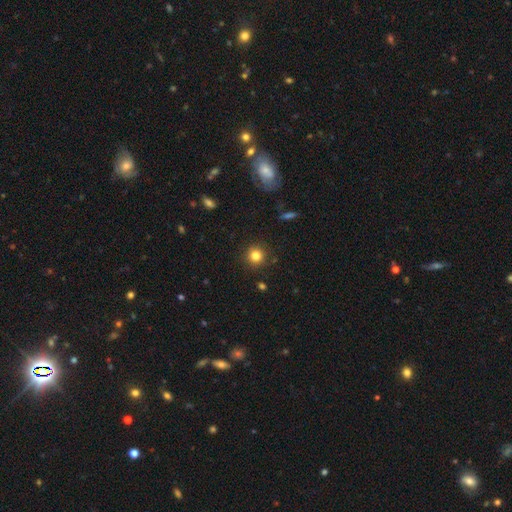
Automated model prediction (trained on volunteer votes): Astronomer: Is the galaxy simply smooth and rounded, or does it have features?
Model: smooth — 82%.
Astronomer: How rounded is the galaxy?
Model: round — 93%.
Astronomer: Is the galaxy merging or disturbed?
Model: none — 90%.